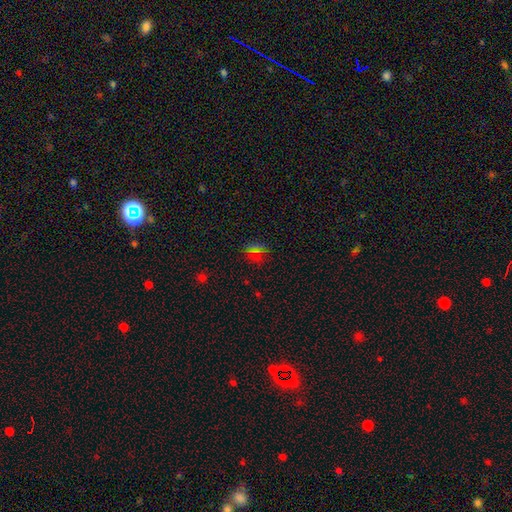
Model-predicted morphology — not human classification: Smooth or featured? smooth (58%)
How rounded? round (79%)
Merging? none (84%)